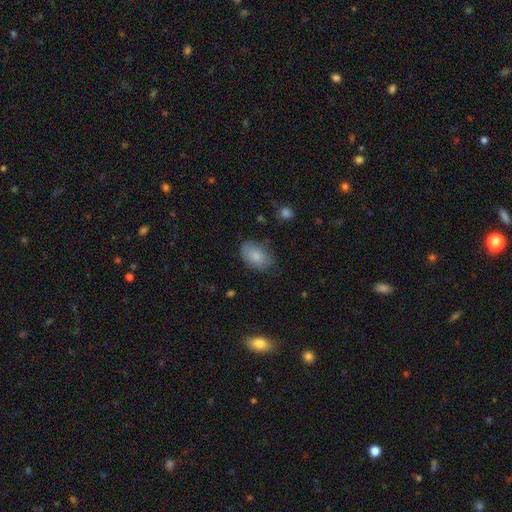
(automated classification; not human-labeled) Q: Smooth or featured?
A: smooth (84%); runner-up: featured or disk (9%)
Q: How rounded?
A: in between (88%); runner-up: round (10%)
Q: Merging?
A: none (74%); runner-up: minor disturbance (20%)